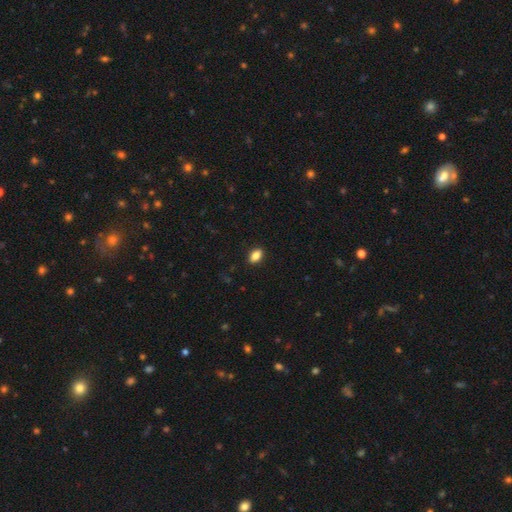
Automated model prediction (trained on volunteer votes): Smooth or featured? Predicted: smooth (p=0.86). How rounded? Predicted: in between (p=0.88). Merging? Predicted: none (p=0.90).